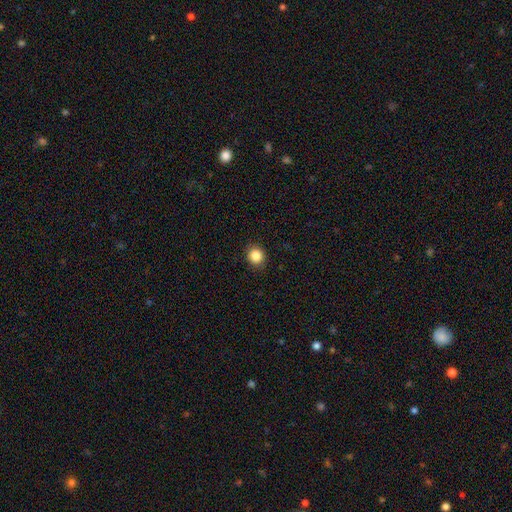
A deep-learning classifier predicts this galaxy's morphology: smooth_or_featured: smooth (p=0.86) [alt: star or artifact p=0.10]
how_rounded: round (p=0.79) [alt: in between p=0.20]
merging: none (p=0.90) [alt: minor disturbance p=0.07]